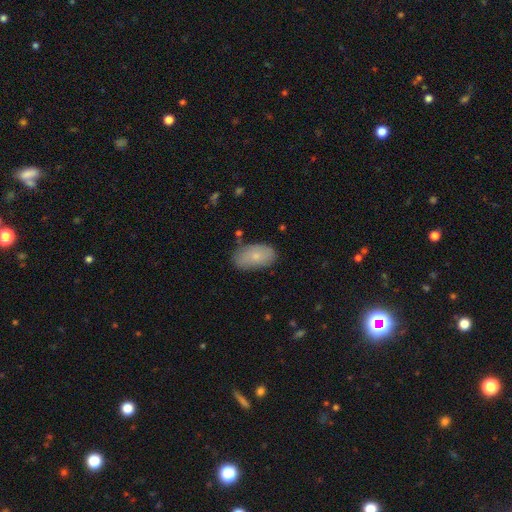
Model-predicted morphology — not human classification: This appears to be a smooth galaxy with no disk features (74%) that is in between round and cigar-shaped (94%). Merging: none (74%).